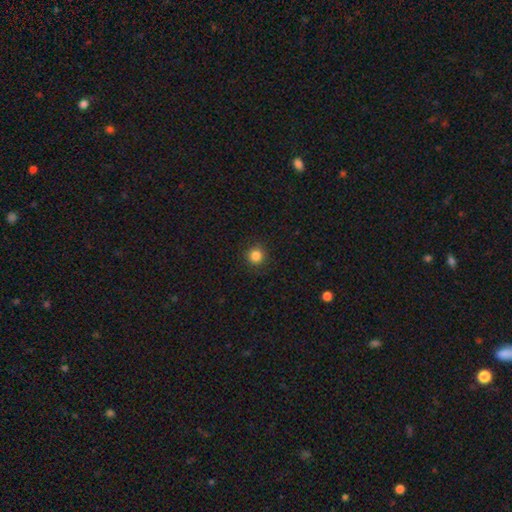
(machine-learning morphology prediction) Smooth or featured?
  - smooth: 85% *
  - star or artifact: 12%
  - featured or disk: 4%
How rounded?
  - round: 94% *
  - in between: 5%
  - cigar-shaped: 1%
Merging?
  - none: 90% *
  - minor disturbance: 7%
  - major disturbance: 2%
  - merger: 1%